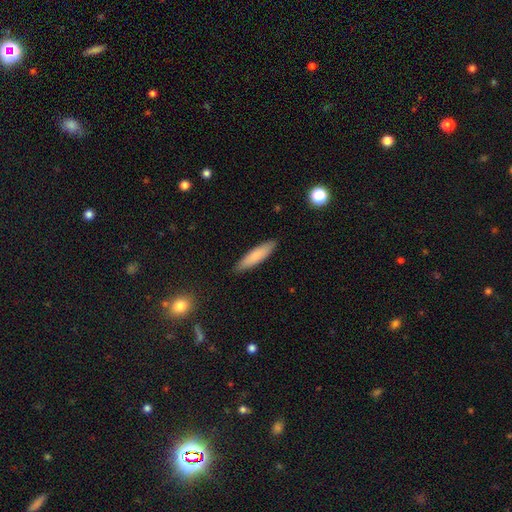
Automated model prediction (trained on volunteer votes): A smooth galaxy with no disk features (82%) that is cigar-shaped (75%).

Vote fractions:
- Smooth or featured? smooth: 82% / featured or disk: 12% / star or artifact: 6%
- How rounded? cigar-shaped: 75% / in between: 23% / round: 1%
- Merging? none: 88% / minor disturbance: 9% / major disturbance: 2% / merger: 1%